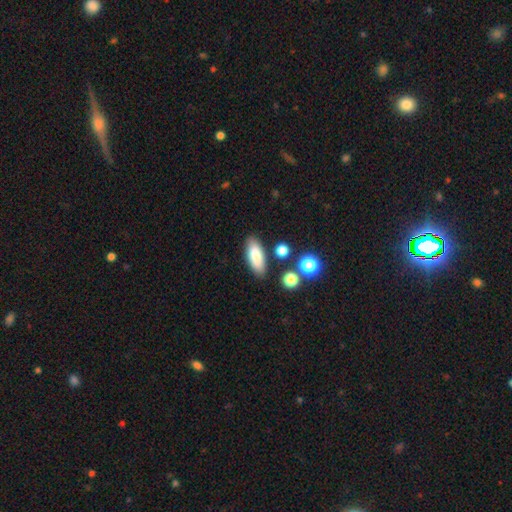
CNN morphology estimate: This appears to be a smooth galaxy with no disk features (81%) that is in between round and cigar-shaped (77%). Merging: none (82%).